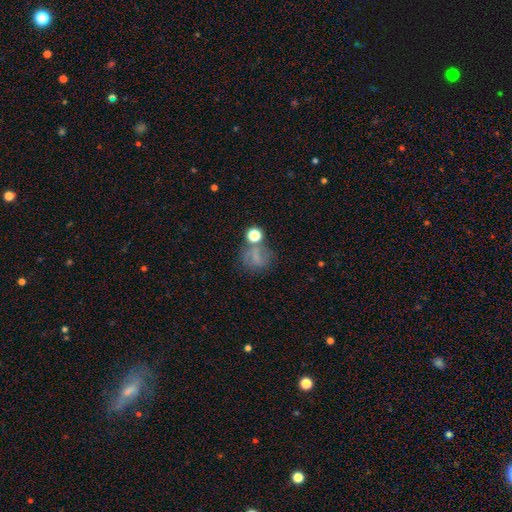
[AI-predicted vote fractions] smooth-or-featured: smooth: 59% | featured or disk: 21% | star or artifact: 20%
  how-rounded: round: 70% | in between: 28% | cigar-shaped: 1%
  merging: none: 49% | minor disturbance: 19% | major disturbance: 16% | merger: 16%